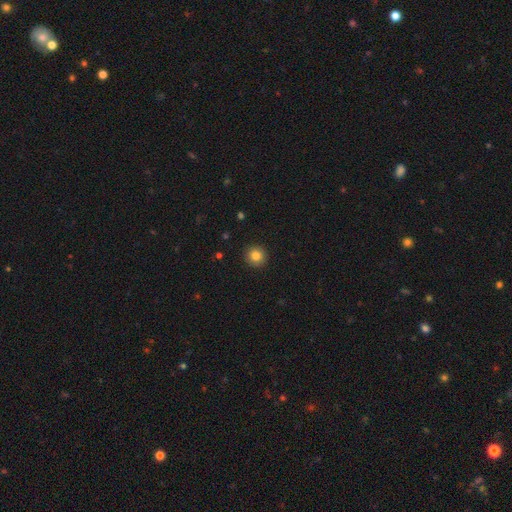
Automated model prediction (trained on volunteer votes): smooth 83%, star or artifact 10%, featured or disk 7%. Down the decision tree: how rounded — round (93%); merging — none (92%).